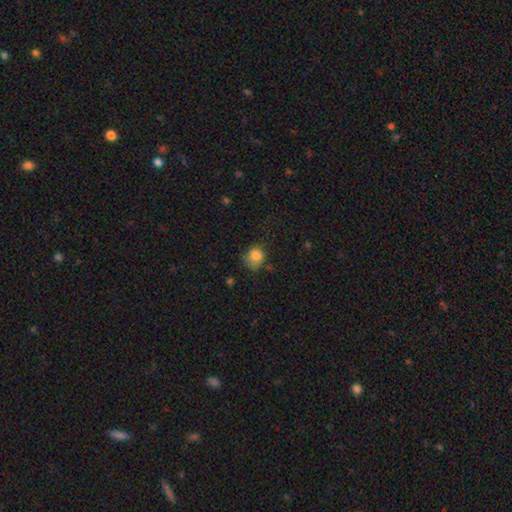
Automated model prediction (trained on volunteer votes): The model was most divided on "merging": none: 52%, minor disturbance: 31%, major disturbance: 14%, merger: 3%. More confident: smooth or featured — smooth (82%); how rounded — round (76%).